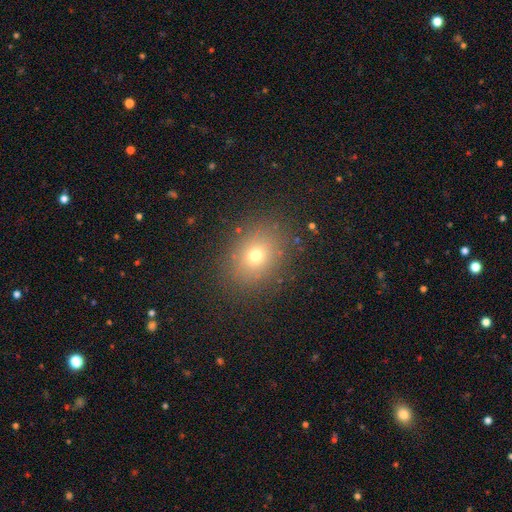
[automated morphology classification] The model was most divided on "how rounded": round: 52%, in between: 47%, cigar-shaped: 1%. More confident: merging — none (84%); smooth or featured — smooth (68%).